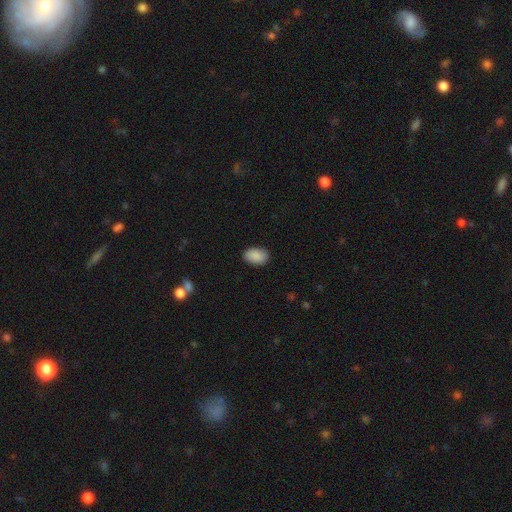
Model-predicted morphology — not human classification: smooth 90%, star or artifact 7%, featured or disk 3%. Down the decision tree: how rounded — in between (90%); merging — none (88%).